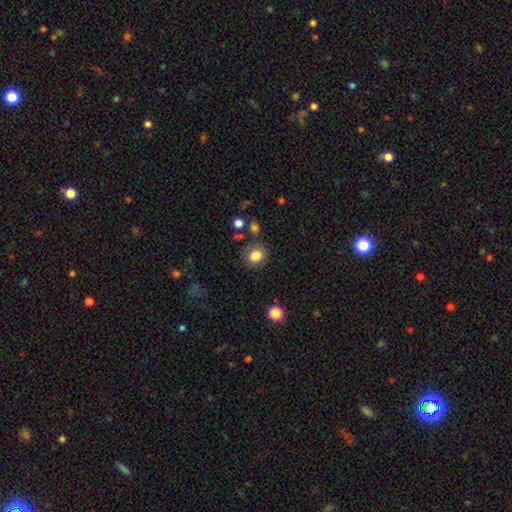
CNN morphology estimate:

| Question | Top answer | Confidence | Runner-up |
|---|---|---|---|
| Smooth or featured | smooth | 83% | star or artifact (11%) |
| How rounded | round | 76% | in between (23%) |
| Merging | none | 79% | minor disturbance (12%) |